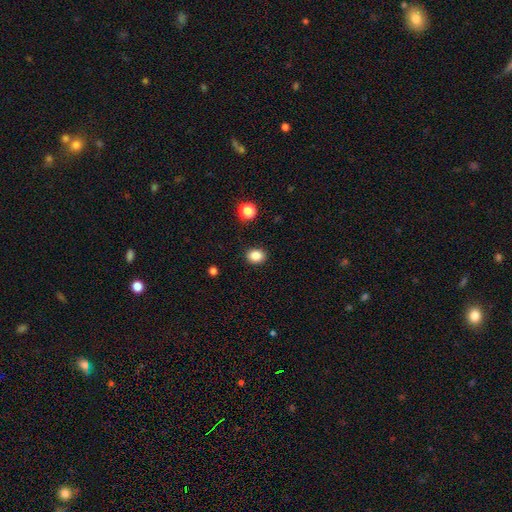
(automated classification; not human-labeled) This is clearly a smooth galaxy (85%). How rounded: possibly round (55%). Merging: clearly none (90%).